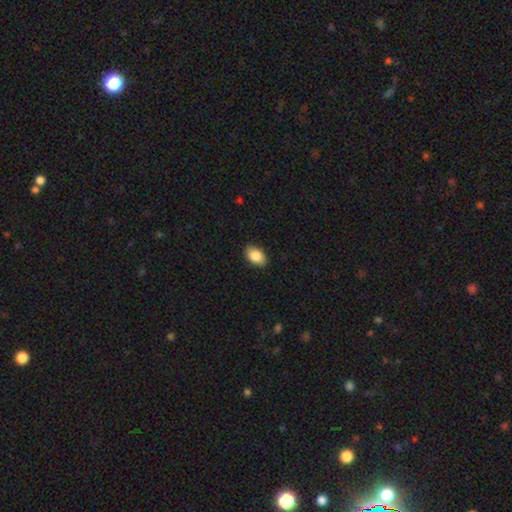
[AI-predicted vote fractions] Overall: smooth (86%). How rounded: in between (91%). Merging: none (89%).